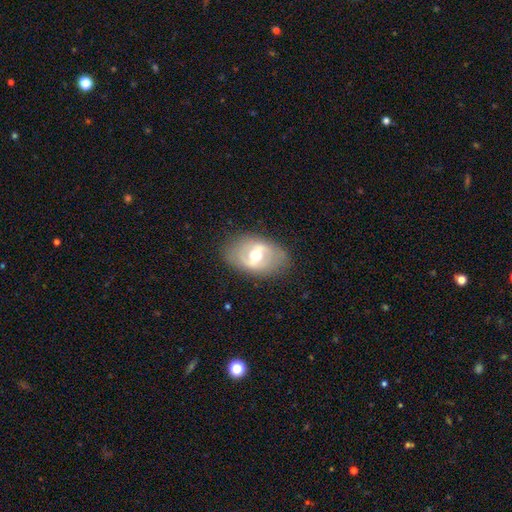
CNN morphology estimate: smooth-or-featured: featured or disk: 69% | smooth: 25% | star or artifact: 6%
  disk-edge-on: no: 92% | yes: 8%
    bar: strong: 49% | weak: 37% | no: 14%
    has-spiral-arms: no: 59% | yes: 41%
    bulge-size: moderate: 72% | small: 14% | large: 11% | dominant: 1% | none: 1%
  merging: none: 79% | minor disturbance: 14% | major disturbance: 6% | merger: 1%